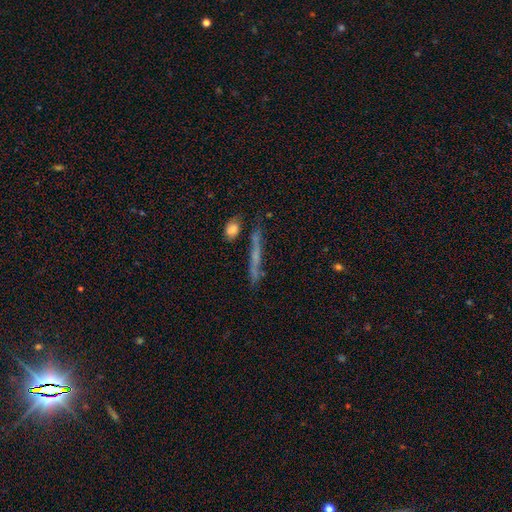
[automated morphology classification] A featured or disk galaxy (44%). Merging: none (73%).